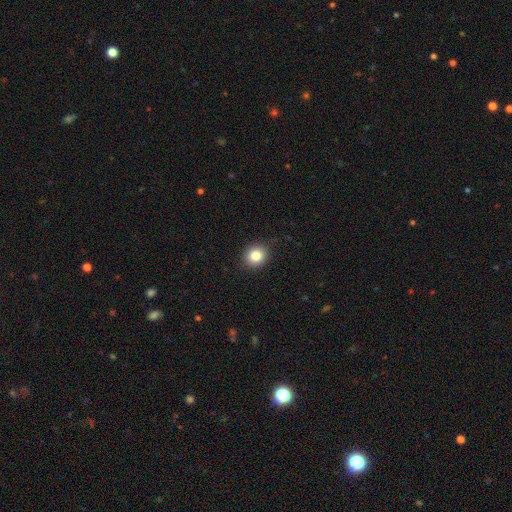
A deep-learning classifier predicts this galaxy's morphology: Overall: smooth (83%). How rounded: round (83%). Merging: none (89%).